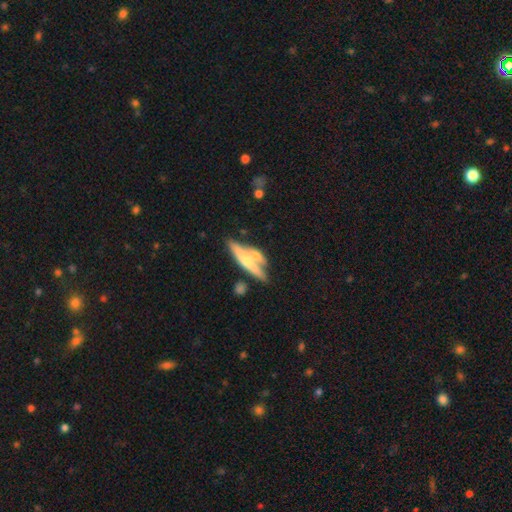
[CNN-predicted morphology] Smooth or featured?
  - featured or disk: 47% *
  - smooth: 46%
  - star or artifact: 6%
Merging?
  - none: 42% *
  - merger: 41%
  - minor disturbance: 12%
  - major disturbance: 6%